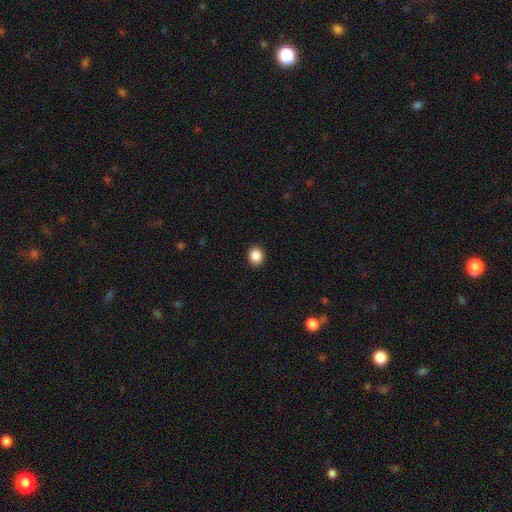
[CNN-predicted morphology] smooth 88%, star or artifact 9%, featured or disk 3%. Down the decision tree: how rounded — round (76%); merging — none (91%).